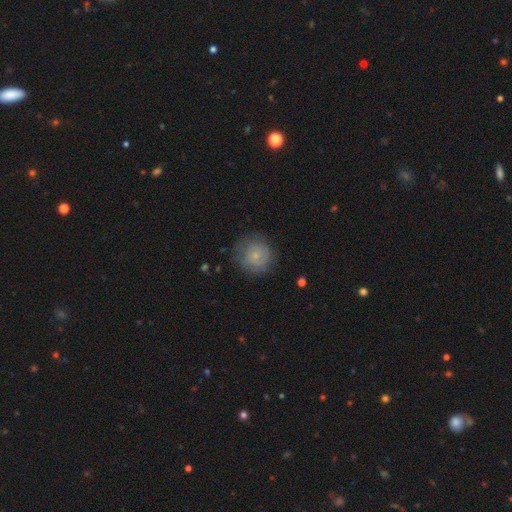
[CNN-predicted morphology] Smooth or featured: smooth — 66% (featured or disk — 25%)
How rounded: round — 92% (in between — 7%)
Merging: none — 73% (minor disturbance — 18%)